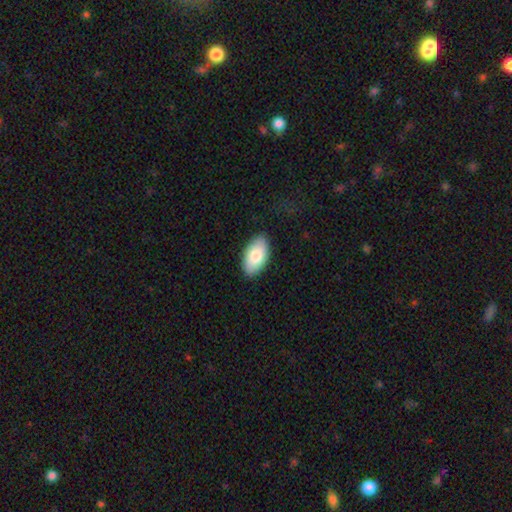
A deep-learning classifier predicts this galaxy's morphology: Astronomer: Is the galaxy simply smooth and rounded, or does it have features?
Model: smooth — 83%.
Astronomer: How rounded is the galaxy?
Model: in between — 95%.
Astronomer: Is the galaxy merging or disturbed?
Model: none — 87%.